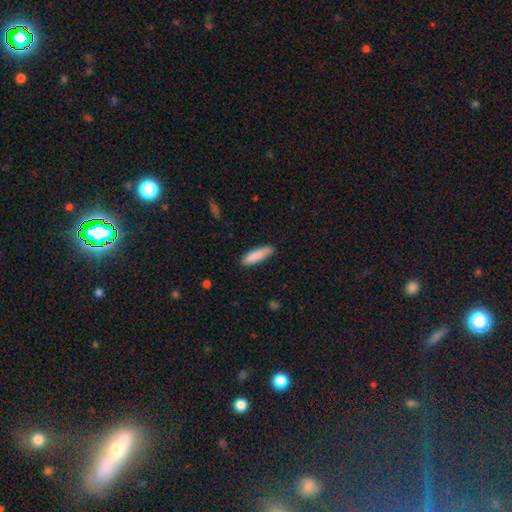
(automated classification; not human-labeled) The model was most divided on "how rounded": cigar-shaped: 68%, in between: 30%, round: 1%. More confident: smooth or featured — smooth (87%); merging — none (85%).